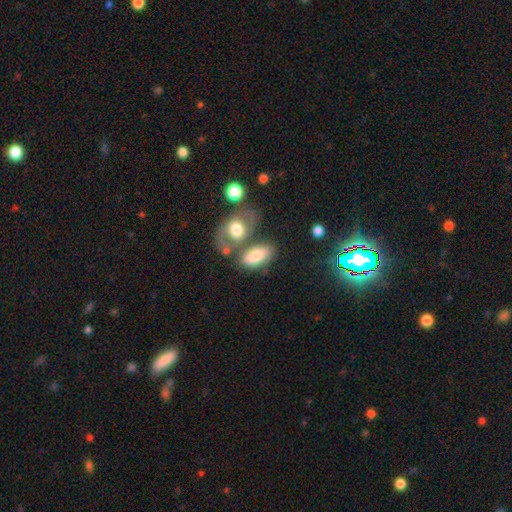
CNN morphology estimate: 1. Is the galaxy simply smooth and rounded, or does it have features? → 73% smooth, 20% featured or disk, 7% star or artifact.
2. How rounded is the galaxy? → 91% in between, 6% round, 3% cigar-shaped.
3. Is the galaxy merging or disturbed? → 48% none, 29% merger, 16% minor disturbance, 7% major disturbance.